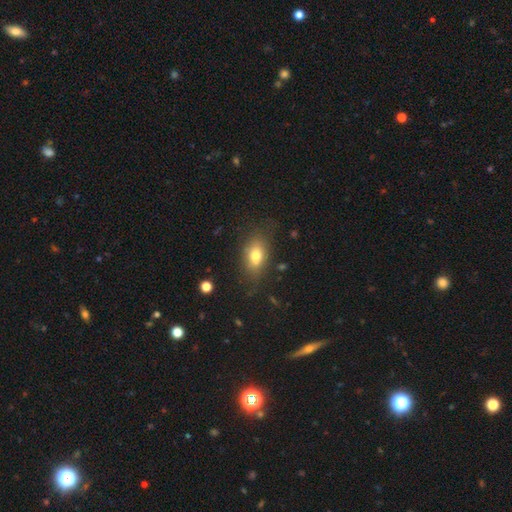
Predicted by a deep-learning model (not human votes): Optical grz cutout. It shows a smooth galaxy with no disk features (74%) that is in between round and cigar-shaped (83%). Merging: none (72%).